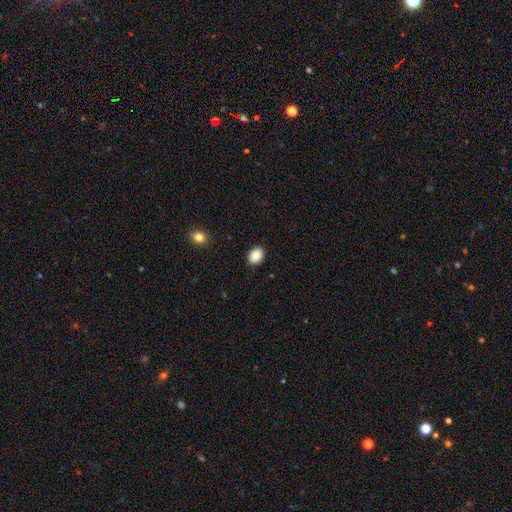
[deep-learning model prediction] The model was most divided on "how rounded": in between: 70%, round: 29%, cigar-shaped: 1%. More confident: merging — none (89%); smooth or featured — smooth (89%).